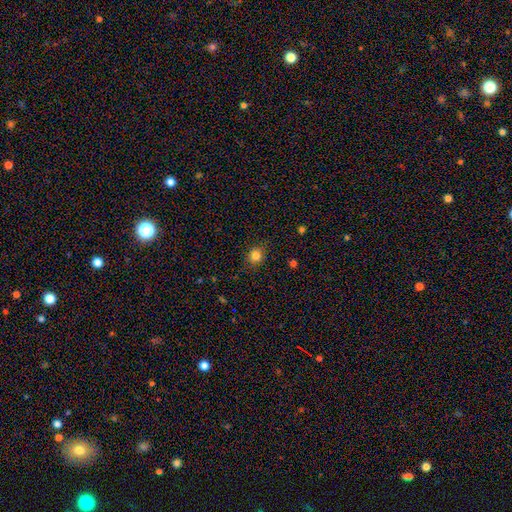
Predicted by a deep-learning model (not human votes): A smooth galaxy with no disk features (83%) that is round (82%). Merging: none (86%).